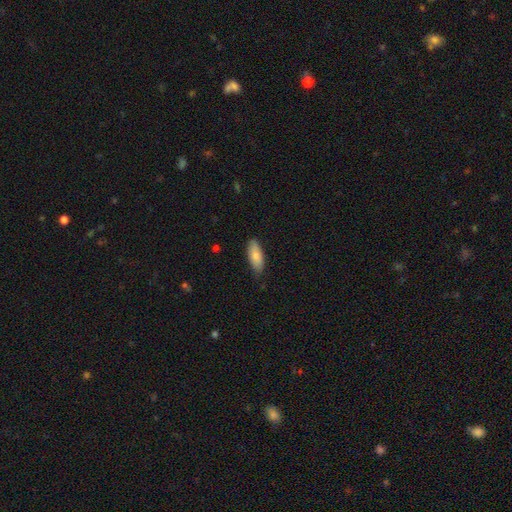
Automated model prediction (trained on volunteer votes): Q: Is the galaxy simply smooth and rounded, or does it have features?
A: smooth — 81%.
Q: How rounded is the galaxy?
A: in between — 74%.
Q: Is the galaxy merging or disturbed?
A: none — 80%.